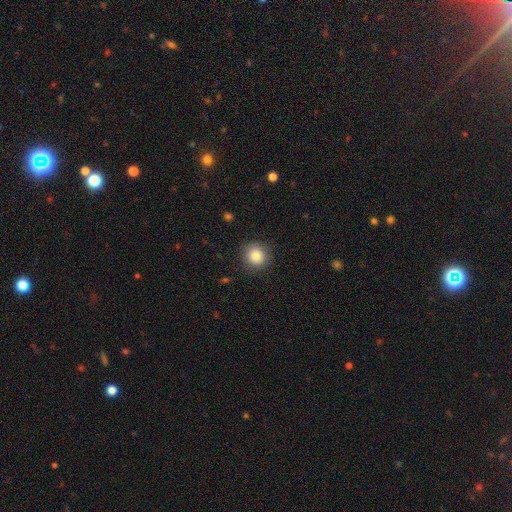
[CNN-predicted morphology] Smooth or featured? Predicted: smooth (p=0.84). How rounded? Predicted: round (p=0.91). Merging? Predicted: none (p=0.85).